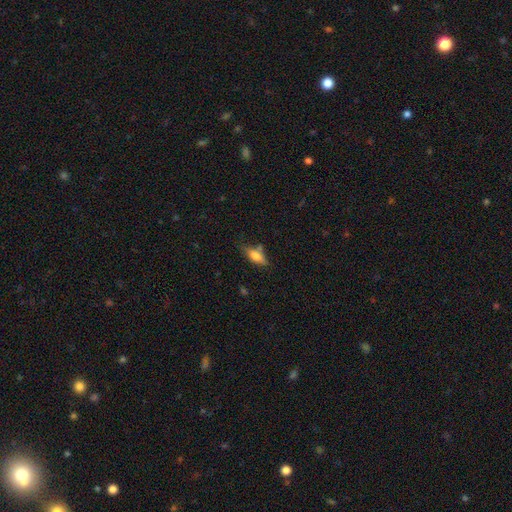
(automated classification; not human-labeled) Overall: smooth (70%). How rounded: in between (69%; cigar-shaped 29%). Merging: none (65%).